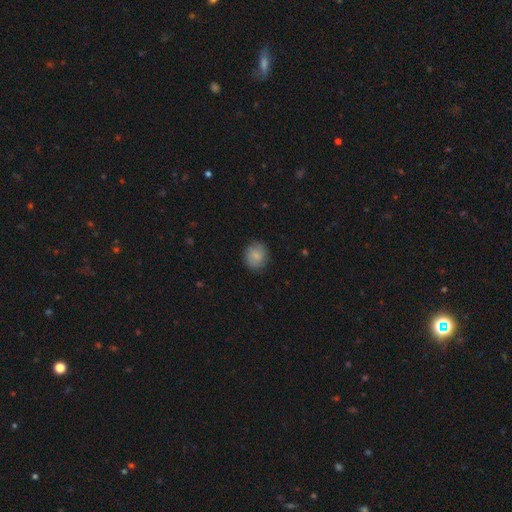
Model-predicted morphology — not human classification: This is clearly a smooth galaxy (83%). How rounded: likely round (78%). Merging: clearly none (83%).